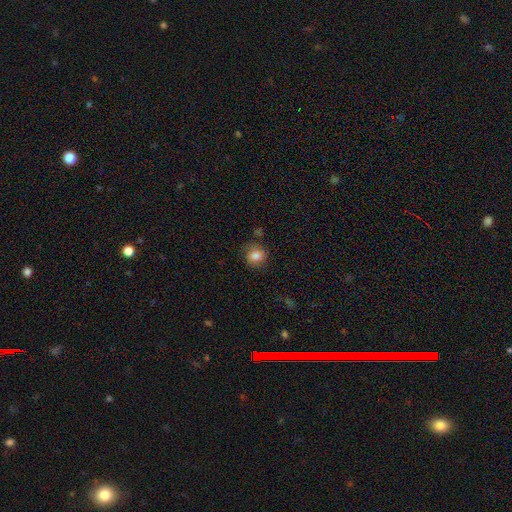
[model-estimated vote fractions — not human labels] smooth 80%, featured or disk 10%, star or artifact 9%. Down the decision tree: how rounded — round (79%); merging — none (75%).